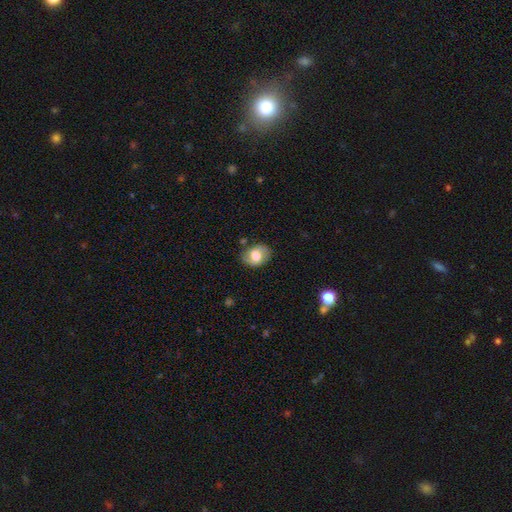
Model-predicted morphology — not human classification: A smooth galaxy with no disk features (57%) that is in between round and cigar-shaped (64%). Merging: none (73%).